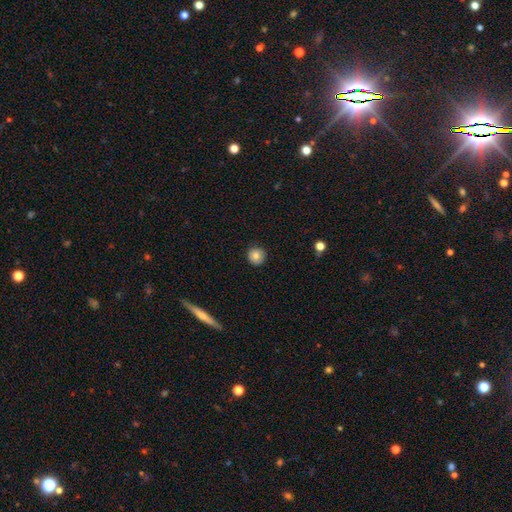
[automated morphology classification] smooth 79%, featured or disk 12%, star or artifact 9%. Down the decision tree: how rounded — round (94%); merging — none (90%).